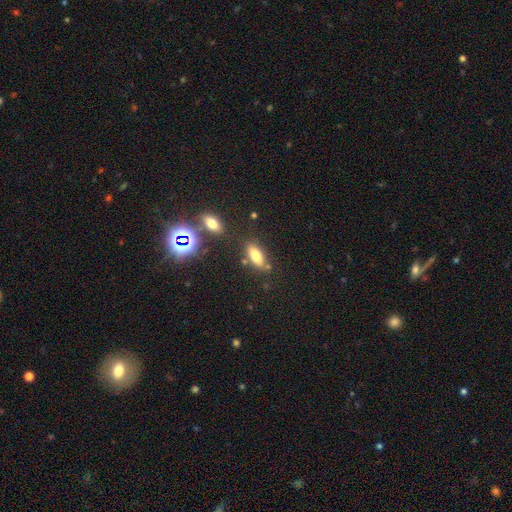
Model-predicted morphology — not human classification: The model was most divided on "merging": none: 75%, minor disturbance: 13%, merger: 8%, major disturbance: 4%. More confident: how rounded — in between (81%); smooth or featured — smooth (76%).